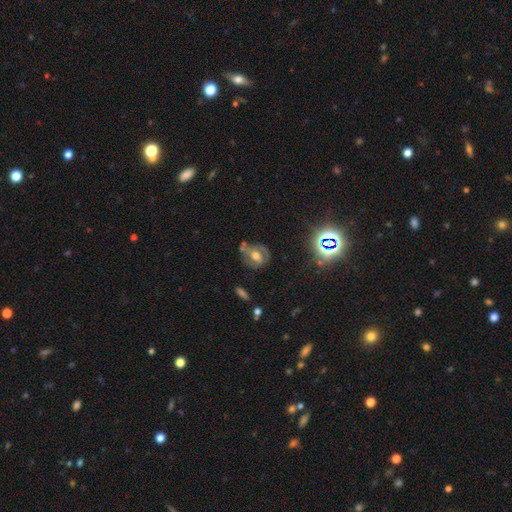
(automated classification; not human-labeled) Morphology: type=featured or disk (61%); edge-on=no (95%); bar=no (43%); spiral arms=yes (72%); bulge=moderate (69%); merging=none (56%).